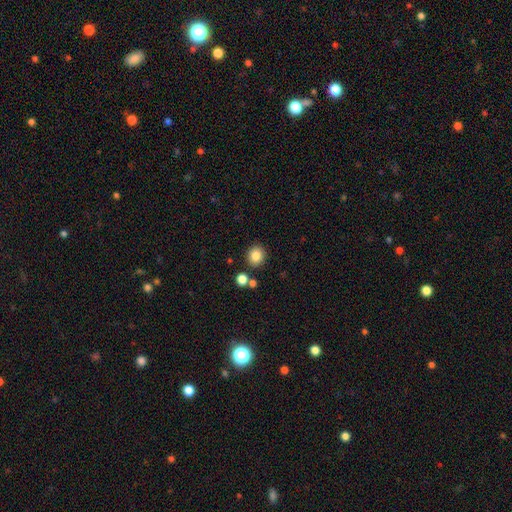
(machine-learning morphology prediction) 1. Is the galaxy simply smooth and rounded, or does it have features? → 84% smooth, 10% star or artifact, 5% featured or disk.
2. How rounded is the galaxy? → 80% round, 19% in between, 1% cigar-shaped.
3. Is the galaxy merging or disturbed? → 85% none, 7% minor disturbance, 5% merger, 2% major disturbance.